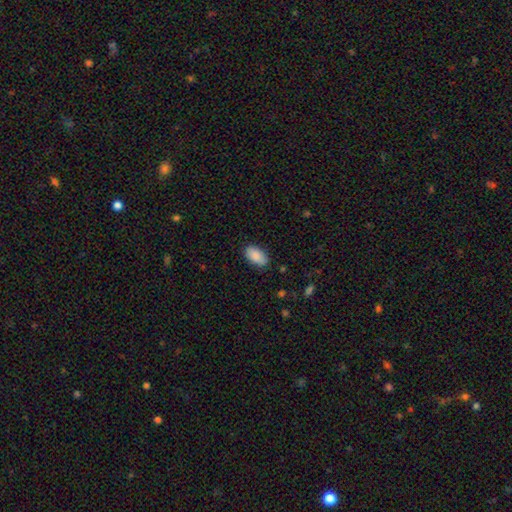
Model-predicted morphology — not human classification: Q: Smooth or featured?
A: smooth (88%); runner-up: star or artifact (6%)
Q: How rounded?
A: in between (95%); runner-up: round (3%)
Q: Merging?
A: none (86%); runner-up: minor disturbance (11%)